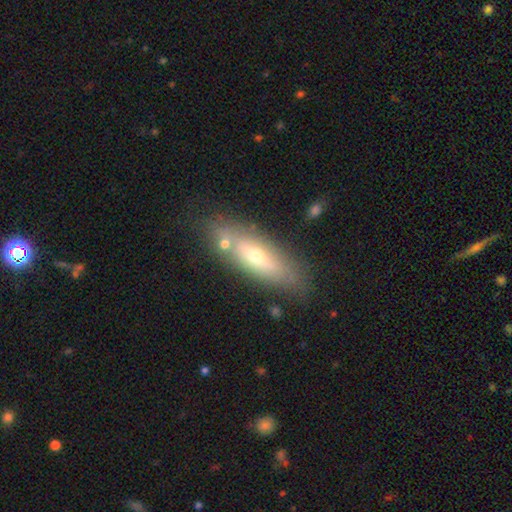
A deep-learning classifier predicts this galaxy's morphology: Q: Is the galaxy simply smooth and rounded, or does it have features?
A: smooth — 47%.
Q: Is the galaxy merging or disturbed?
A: none — 75%.